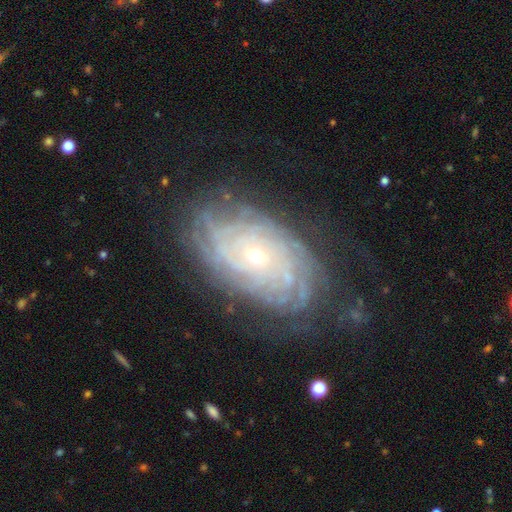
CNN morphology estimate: A featured or disk galaxy (85%) with no bar (79%), tight (81%) spiral arms (95%) and a small central bulge (68%).

Vote fractions:
- Smooth or featured? featured or disk: 85% / smooth: 8% / star or artifact: 6%
- Edge-on disk? no: 95% / yes: 5%
- Bar? no: 79% / weak: 16% / strong: 5%
- Spiral arms? yes: 95% / no: 5%
- Spiral winding? tight: 81% / medium: 14% / loose: 4%
- Spiral arm count? can't tell: 39% / more than 4: 25% / 4: 14% / 3: 8% / 2: 8% / 1: 6%
- Bulge size? small: 68% / moderate: 28% / large: 2% / none: 1% / dominant: 1%
- Merging? none: 76% / minor disturbance: 16% / major disturbance: 7% / merger: 1%